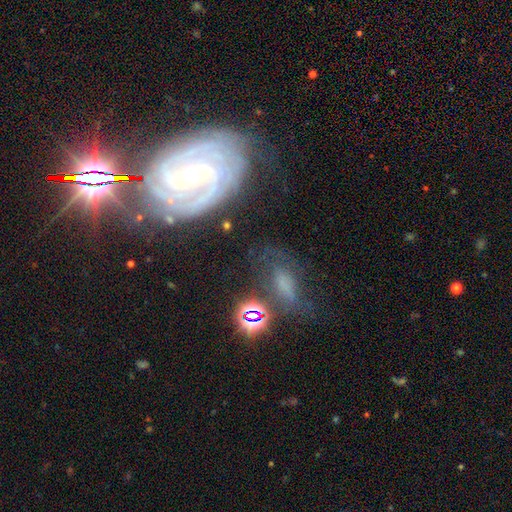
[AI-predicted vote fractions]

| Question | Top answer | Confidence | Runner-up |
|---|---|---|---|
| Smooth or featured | featured or disk | 72% | smooth (15%) |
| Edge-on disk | no | 93% | yes (7%) |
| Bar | weak | 41% | strong (31%) |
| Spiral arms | yes | 91% | no (9%) |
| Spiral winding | tight | 57% | medium (32%) |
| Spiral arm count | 2 | 41% | can't tell (27%) |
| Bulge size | moderate | 53% | small (37%) |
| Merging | none | 58% | minor disturbance (22%) |